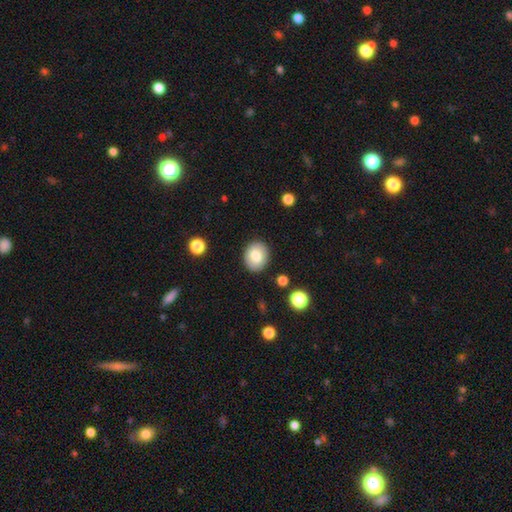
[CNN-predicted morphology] smooth_or_featured: smooth (p=0.80) [alt: featured or disk p=0.12]
how_rounded: round (p=0.55) [alt: in between p=0.44]
merging: none (p=0.89) [alt: minor disturbance p=0.08]